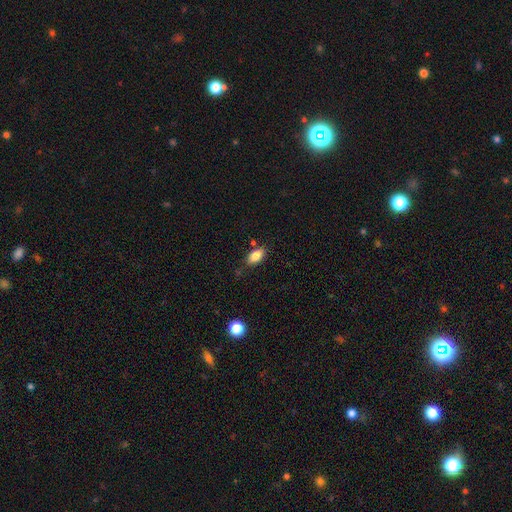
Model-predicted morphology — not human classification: Smooth or featured? Predicted: smooth (p=0.84). How rounded? Predicted: in between (p=0.90). Merging? Predicted: none (p=0.76).